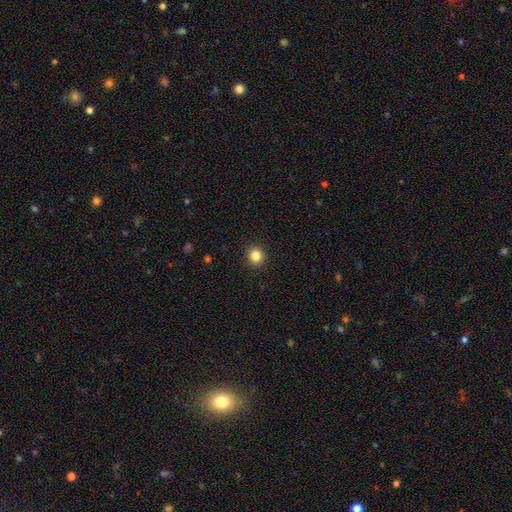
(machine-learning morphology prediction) Smooth or featured? smooth (84%)
How rounded? round (91%)
Merging? none (92%)